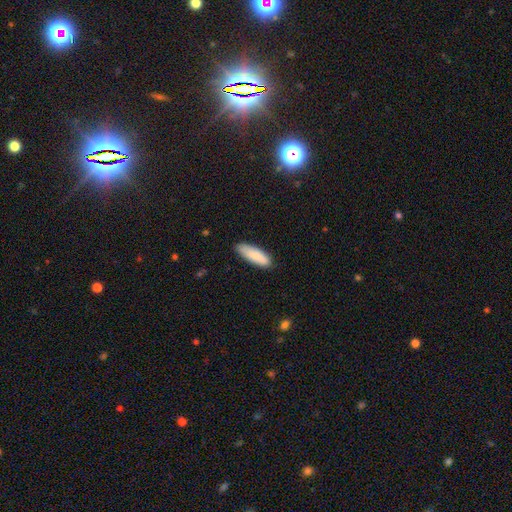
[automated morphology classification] Smooth or featured?
  - smooth: 87% *
  - featured or disk: 8%
  - star or artifact: 6%
How rounded?
  - in between: 54% *
  - cigar-shaped: 45%
  - round: 1%
Merging?
  - none: 82% *
  - minor disturbance: 15%
  - major disturbance: 2%
  - merger: 1%